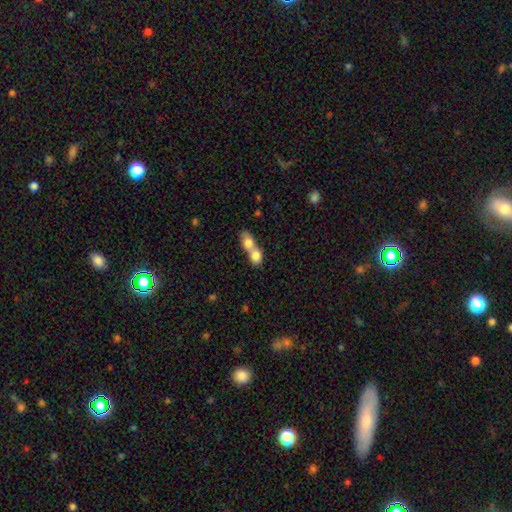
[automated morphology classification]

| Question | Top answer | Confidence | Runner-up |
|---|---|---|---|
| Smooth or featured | smooth | 77% | featured or disk (15%) |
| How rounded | in between | 66% | round (29%) |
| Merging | merger | 78% | none (15%) |